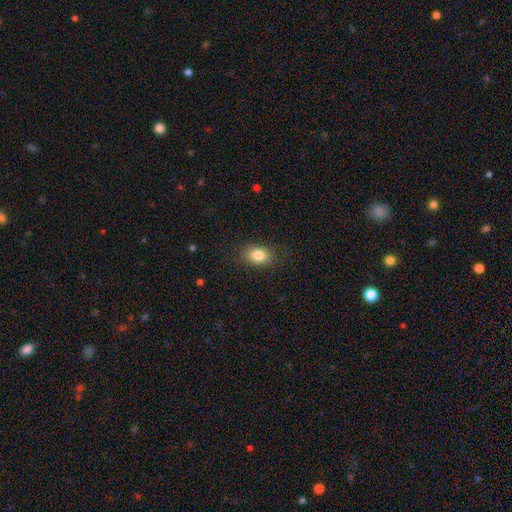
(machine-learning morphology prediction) This appears to be a smooth galaxy with no disk features (83%) that is in between round and cigar-shaped (79%). Merging: none (85%).